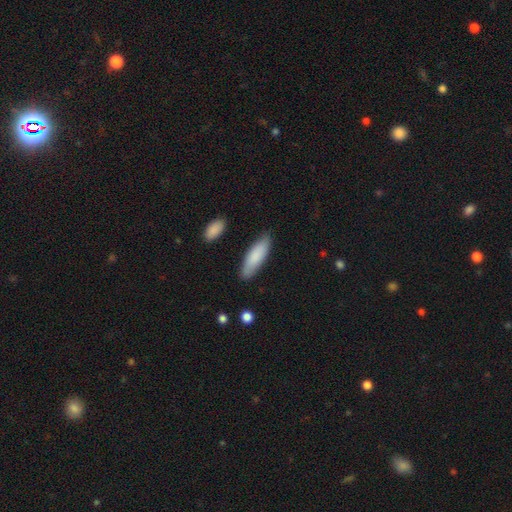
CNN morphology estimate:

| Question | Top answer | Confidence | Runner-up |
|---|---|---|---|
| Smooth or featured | smooth | 84% | featured or disk (11%) |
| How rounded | in between | 52% | cigar-shaped (46%) |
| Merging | none | 83% | minor disturbance (12%) |